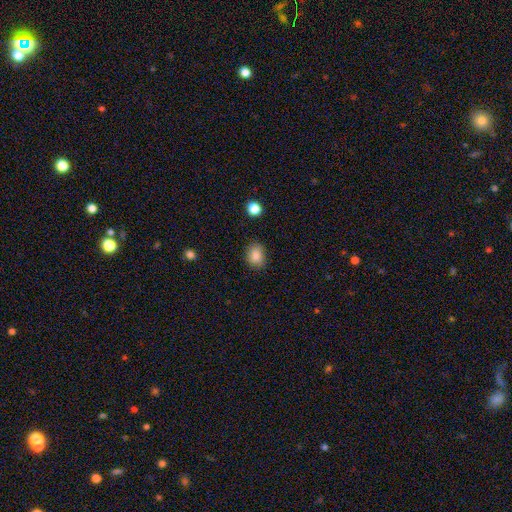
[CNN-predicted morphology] A smooth galaxy with no disk features (85%) that is in between round and cigar-shaped (54%).

Vote fractions:
- Smooth or featured? smooth: 85% / star or artifact: 10% / featured or disk: 5%
- How rounded? in between: 54% / round: 45% / cigar-shaped: 1%
- Merging? none: 79% / minor disturbance: 16% / major disturbance: 3% / merger: 2%